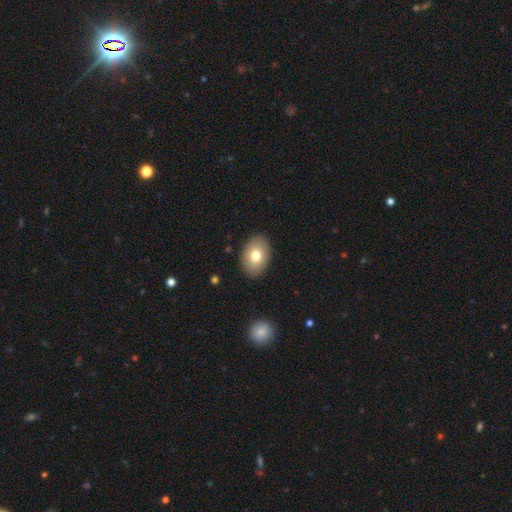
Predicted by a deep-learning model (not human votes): Smooth or featured? smooth (77%)
How rounded? in between (84%)
Merging? none (88%)